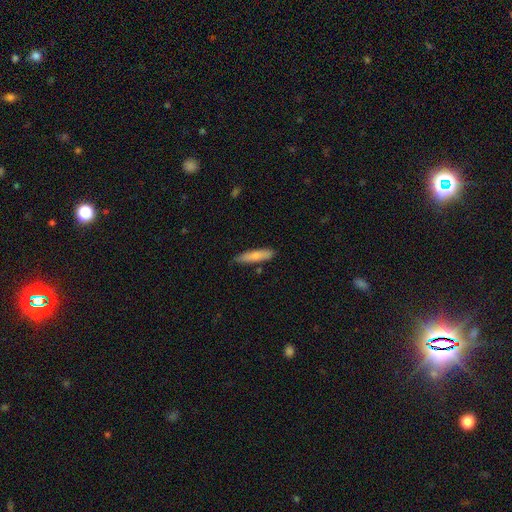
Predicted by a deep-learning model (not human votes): This is likely a smooth galaxy (75%). How rounded: likely cigar-shaped (78%). Merging: clearly none (81%).